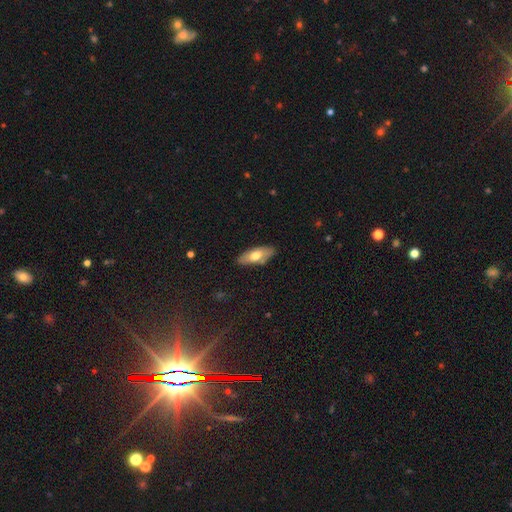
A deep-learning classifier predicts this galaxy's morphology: Smooth or featured? smooth (64%)
How rounded? in between (77%)
Merging? none (83%)